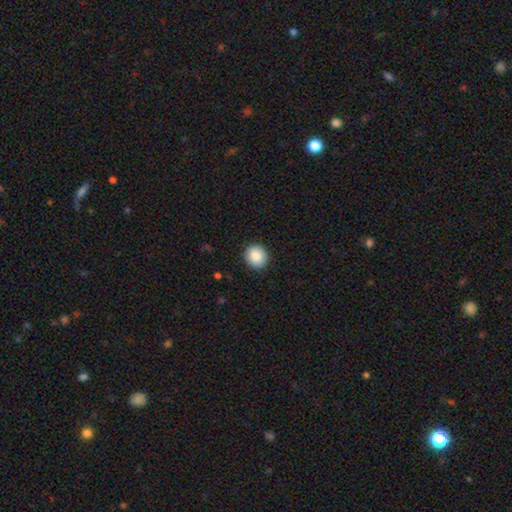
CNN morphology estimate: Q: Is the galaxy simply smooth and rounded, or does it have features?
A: smooth — 86%.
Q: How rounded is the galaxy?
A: round — 88%.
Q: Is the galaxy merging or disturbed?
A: none — 92%.